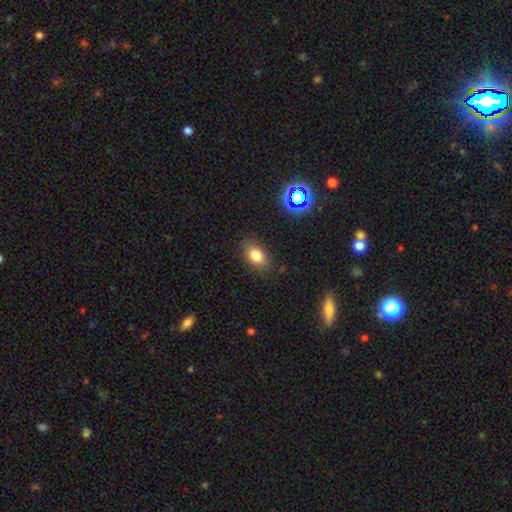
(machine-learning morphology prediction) smooth 79%, star or artifact 12%, featured or disk 9%. Down the decision tree: how rounded — in between (82%); merging — none (83%).